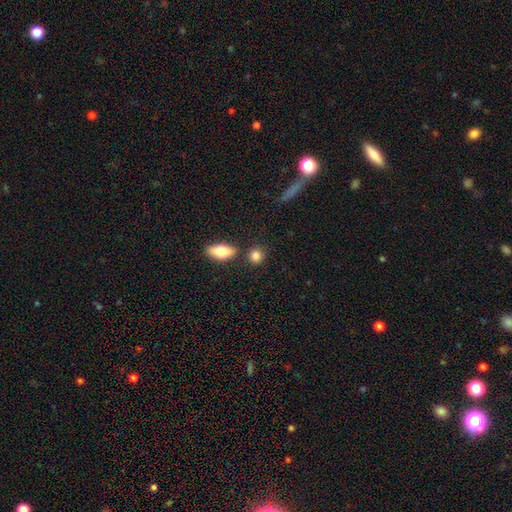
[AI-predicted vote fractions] Overall: smooth (86%). How rounded: round (73%). Merging: none (77%).